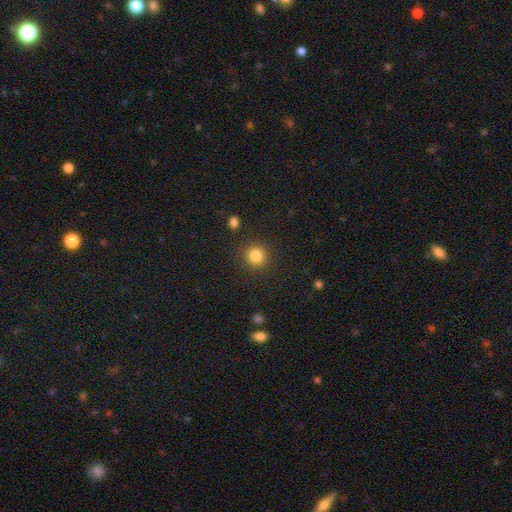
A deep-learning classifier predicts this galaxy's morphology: The model was most divided on "smooth or featured": smooth: 84%, star or artifact: 11%, featured or disk: 5%. More confident: how rounded — round (93%); merging — none (89%).